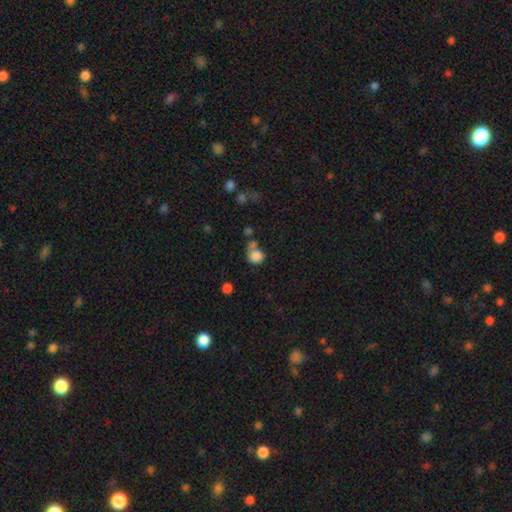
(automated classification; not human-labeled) A smooth galaxy with no disk features (84%) that is round (85%).

Vote fractions:
- Smooth or featured? smooth: 84% / star or artifact: 11% / featured or disk: 6%
- How rounded? round: 85% / in between: 14% / cigar-shaped: 1%
- Merging? none: 53% / merger: 29% / minor disturbance: 12% / major disturbance: 6%